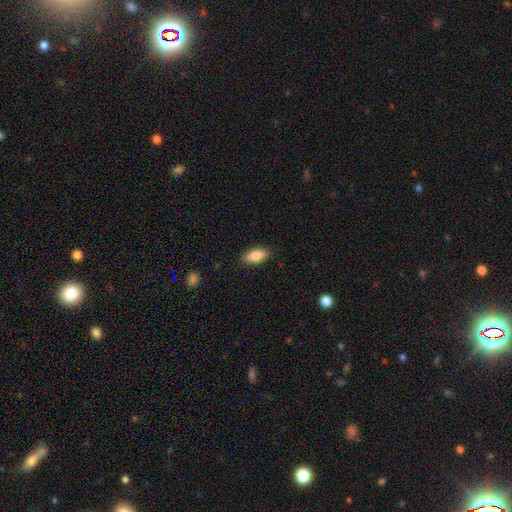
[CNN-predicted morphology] type=smooth (80%); roundness=in between (84%); merging=none (87%).